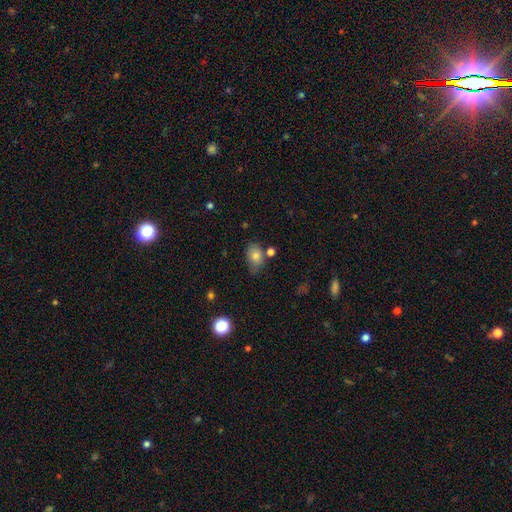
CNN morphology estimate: smooth-or-featured: smooth: 78% | featured or disk: 12% | star or artifact: 10%
  how-rounded: in between: 77% | round: 21% | cigar-shaped: 1%
  merging: none: 61% | minor disturbance: 23% | merger: 10% | major disturbance: 6%